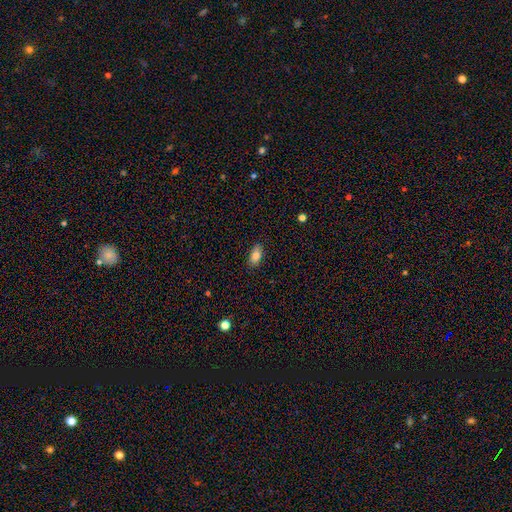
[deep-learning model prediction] A smooth galaxy with no disk features (83%) that is in between round and cigar-shaped (90%). Merging: none (86%).